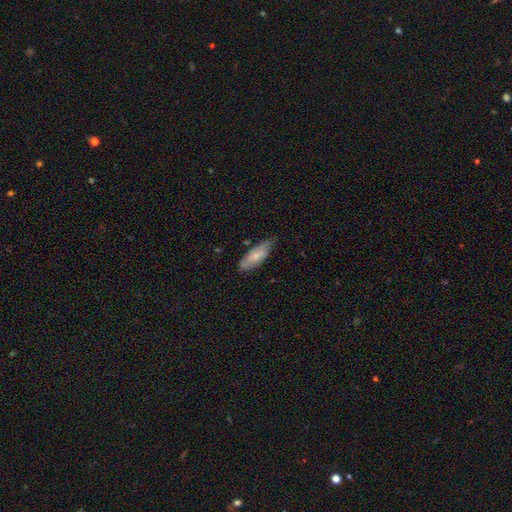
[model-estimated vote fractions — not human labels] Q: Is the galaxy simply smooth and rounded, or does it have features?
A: smooth — 65%.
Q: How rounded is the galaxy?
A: in between — 66%.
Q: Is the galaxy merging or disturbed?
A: none — 62%.